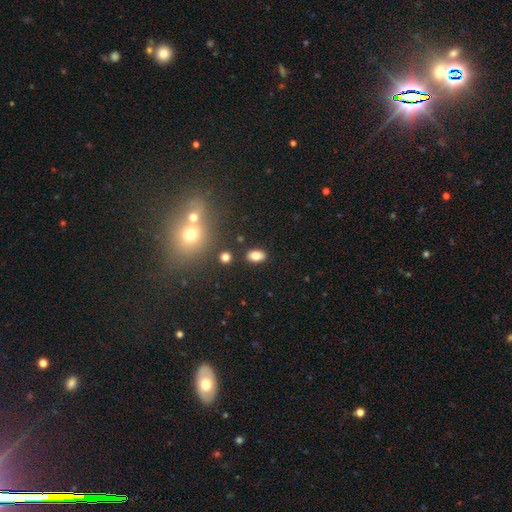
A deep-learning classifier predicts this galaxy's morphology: A smooth galaxy with no disk features (79%) that is in between round and cigar-shaped (86%). Merging: none (85%).